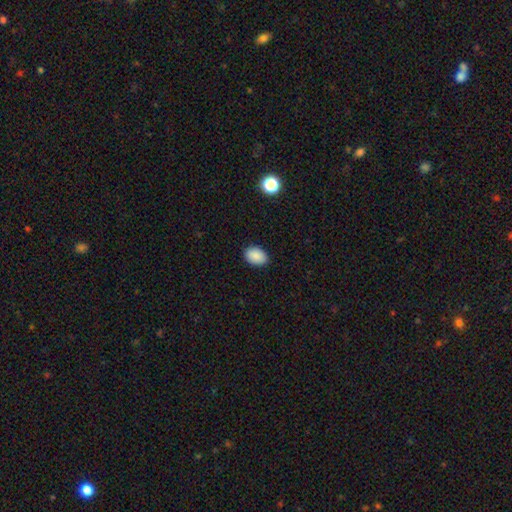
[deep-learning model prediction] This is clearly a smooth galaxy (89%). How rounded: clearly in between (83%). Merging: clearly none (89%).